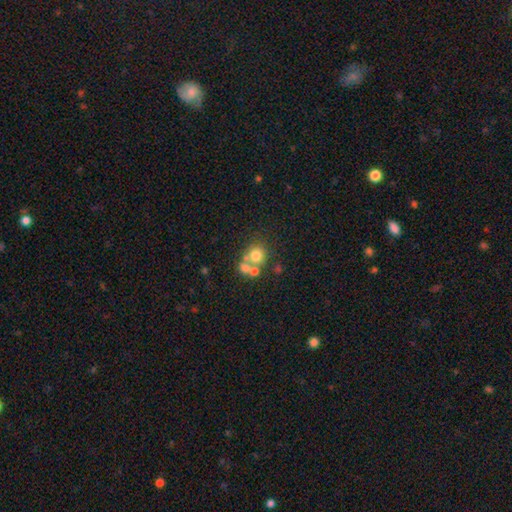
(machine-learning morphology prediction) A smooth galaxy with no disk features (67%) that is round (84%). Merging: none (44%, tied with merger).